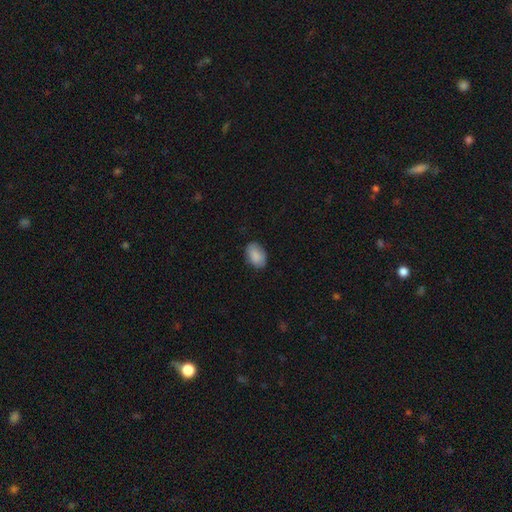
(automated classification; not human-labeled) The model was most divided on "merging": none: 82%, minor disturbance: 14%, major disturbance: 3%, merger: 1%. More confident: how rounded — in between (88%); smooth or featured — smooth (87%).